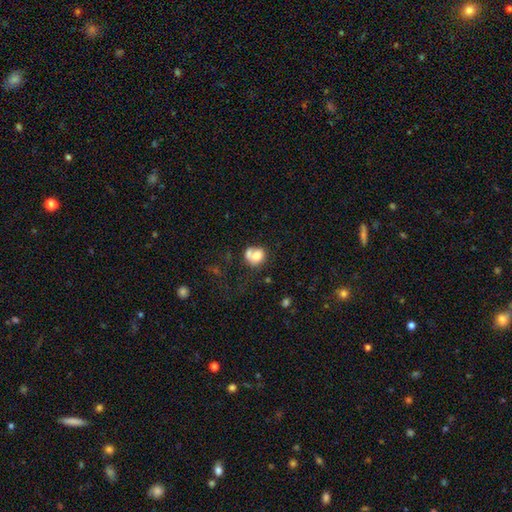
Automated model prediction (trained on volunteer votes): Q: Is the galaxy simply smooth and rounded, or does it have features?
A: smooth — 69%.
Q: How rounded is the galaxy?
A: round — 68%.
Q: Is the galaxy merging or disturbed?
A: merger — 37%.